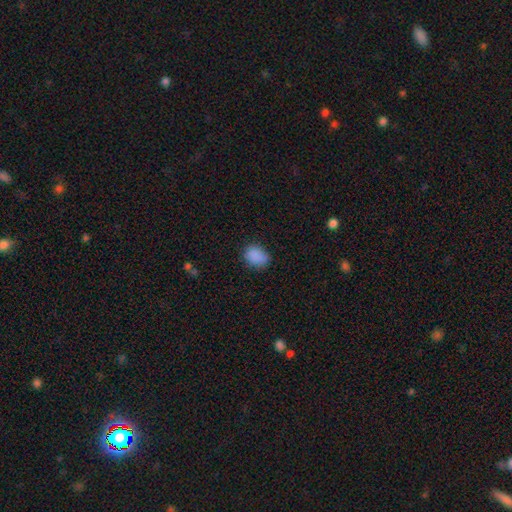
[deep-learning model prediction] A smooth galaxy with no disk features (87%) that is in between round and cigar-shaped (58%). Merging: none (77%).